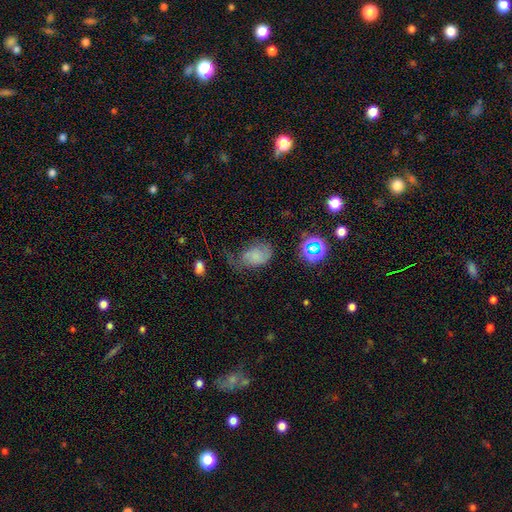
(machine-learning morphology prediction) Smooth or featured?
  - smooth: 58% *
  - featured or disk: 25%
  - star or artifact: 17%
How rounded?
  - in between: 79% *
  - round: 19%
  - cigar-shaped: 1%
Merging?
  - minor disturbance: 33% *
  - major disturbance: 32%
  - none: 31%
  - merger: 4%